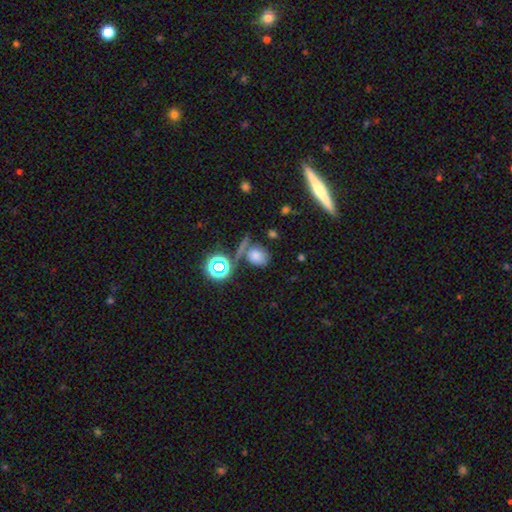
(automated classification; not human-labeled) This appears to be a smooth galaxy with no disk features (70%) that is round (51%). Merging: none (61%).